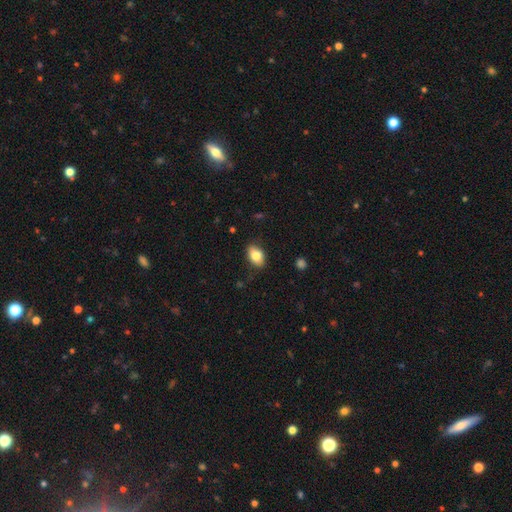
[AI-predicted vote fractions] Overall: smooth (80%). How rounded: in between (86%). Merging: none (82%).